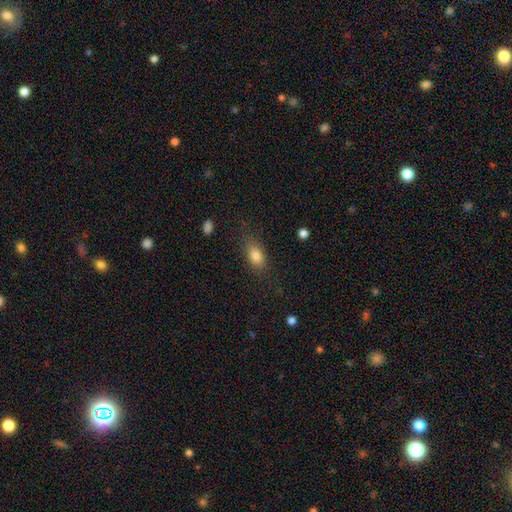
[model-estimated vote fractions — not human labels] A smooth galaxy with no disk features (82%) that is in between round and cigar-shaped (82%).

Vote fractions:
- Smooth or featured? smooth: 82% / star or artifact: 9% / featured or disk: 9%
- How rounded? in between: 82% / round: 12% / cigar-shaped: 6%
- Merging? none: 73% / minor disturbance: 18% / major disturbance: 7% / merger: 2%